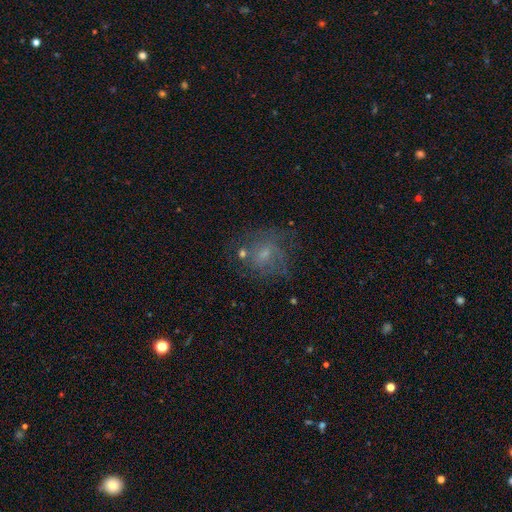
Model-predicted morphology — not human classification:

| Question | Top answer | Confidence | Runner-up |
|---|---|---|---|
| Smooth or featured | featured or disk | 42% | smooth (34%) |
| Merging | none | 63% | minor disturbance (18%) |